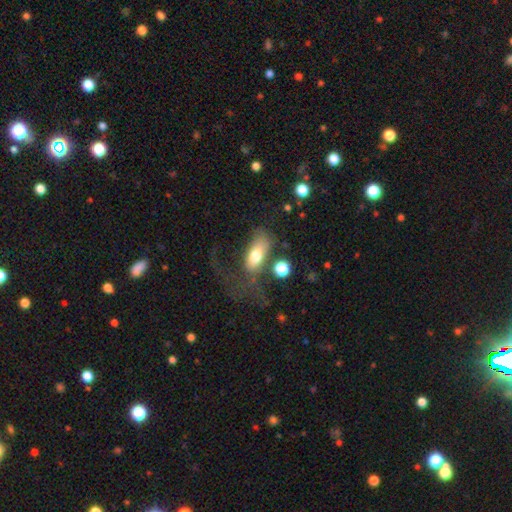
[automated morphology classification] smooth_or_featured: smooth (p=0.68) [alt: featured or disk p=0.24]
how_rounded: in between (p=0.83) [alt: cigar-shaped p=0.11]
merging: major disturbance (p=0.42) [alt: none p=0.30]